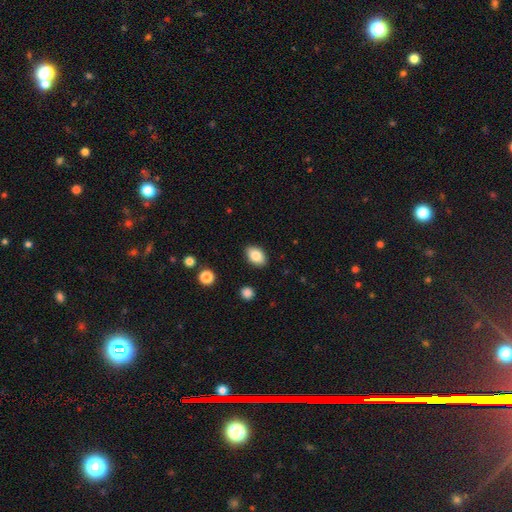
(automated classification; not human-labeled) smooth 83%, featured or disk 9%, star or artifact 8%. Down the decision tree: how rounded — in between (87%); merging — none (87%).